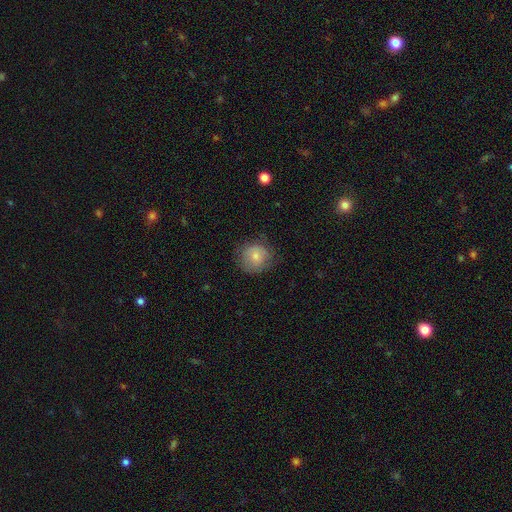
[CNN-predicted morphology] Smooth or featured? smooth (76%)
How rounded? round (87%)
Merging? none (72%)